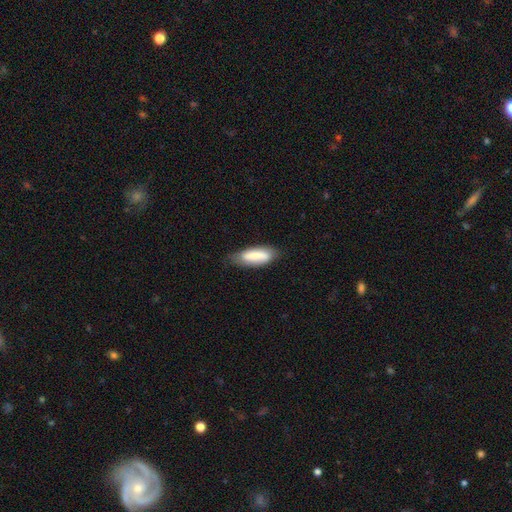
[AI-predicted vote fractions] Smooth or featured? smooth (72%)
How rounded? in between (68%)
Merging? none (67%)